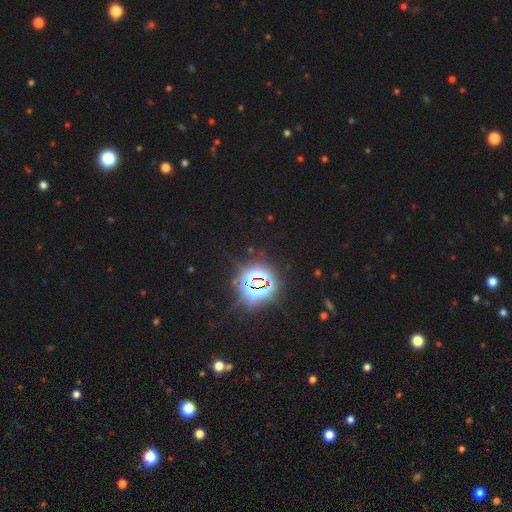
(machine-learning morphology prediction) A star or artifact, not a galaxy (84%).

Vote fractions:
- Smooth or featured? star or artifact: 84% / smooth: 10% / featured or disk: 6%